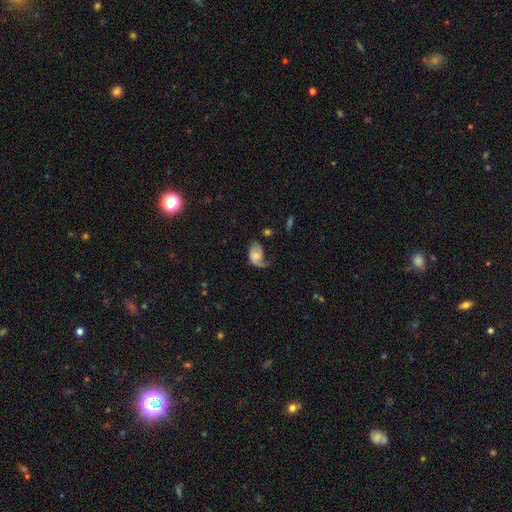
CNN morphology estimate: type=featured or disk (56%); edge-on=no (97%); bar=no (68%); spiral arms=yes (85%); bulge=small (39%); merging=major disturbance (37%).